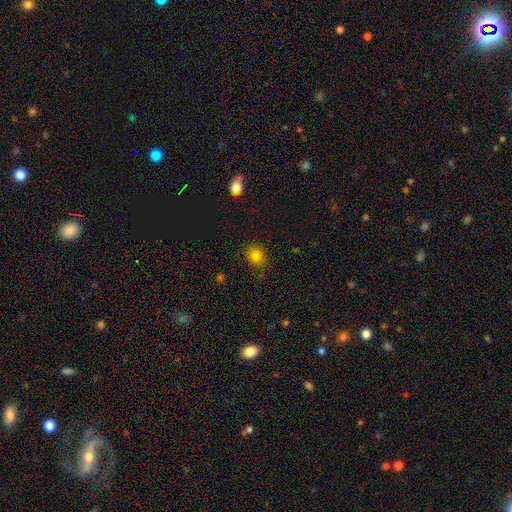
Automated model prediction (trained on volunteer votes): This appears to be a smooth galaxy with no disk features (81%) that is round (70%). Merging: none (85%).